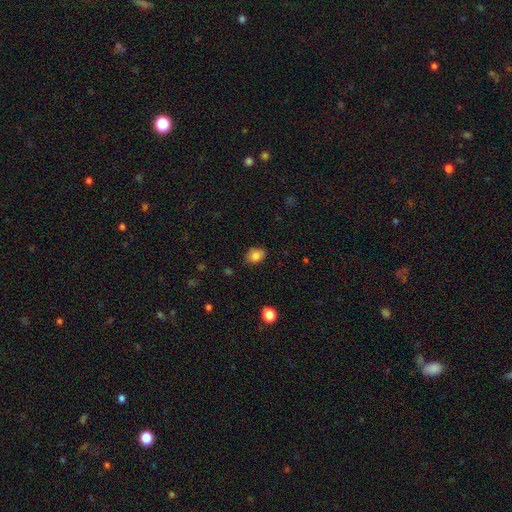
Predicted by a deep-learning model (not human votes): This is clearly a smooth galaxy (83%). How rounded: likely in between (67%). Merging: likely none (79%).